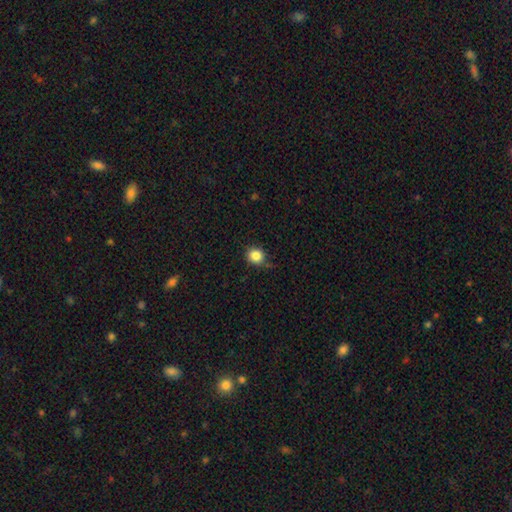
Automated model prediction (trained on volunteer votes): This is clearly a smooth galaxy (85%). How rounded: clearly round (87%). Merging: clearly none (82%).